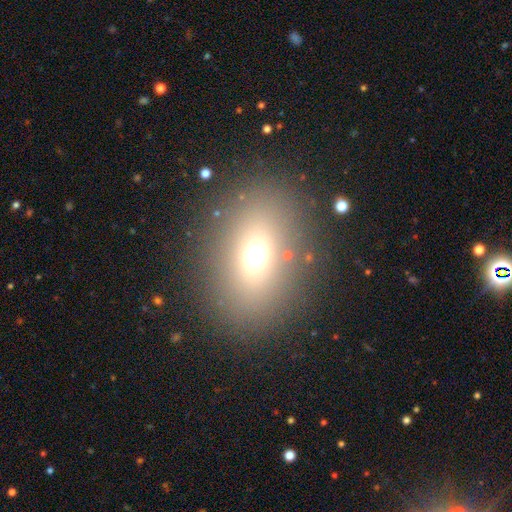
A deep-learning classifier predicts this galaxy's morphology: smooth-or-featured: smooth: 65% | star or artifact: 20% | featured or disk: 15%
  how-rounded: in between: 67% | round: 31% | cigar-shaped: 2%
  merging: none: 84% | minor disturbance: 8% | major disturbance: 5% | merger: 2%